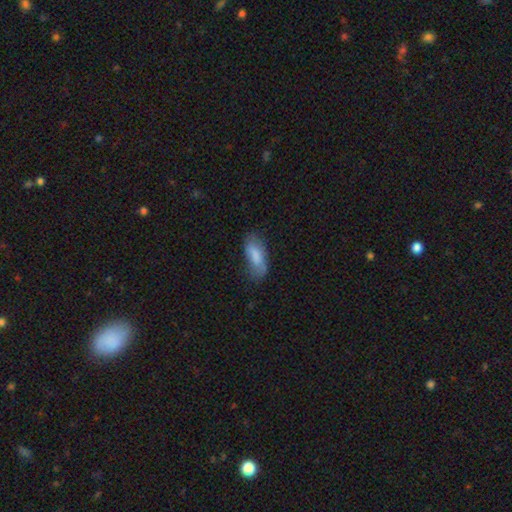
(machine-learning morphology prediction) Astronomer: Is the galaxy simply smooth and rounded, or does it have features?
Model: smooth — 77%.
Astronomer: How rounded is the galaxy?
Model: in between — 78%.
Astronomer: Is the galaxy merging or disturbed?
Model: none — 55% (runner-up: minor disturbance, 31%).